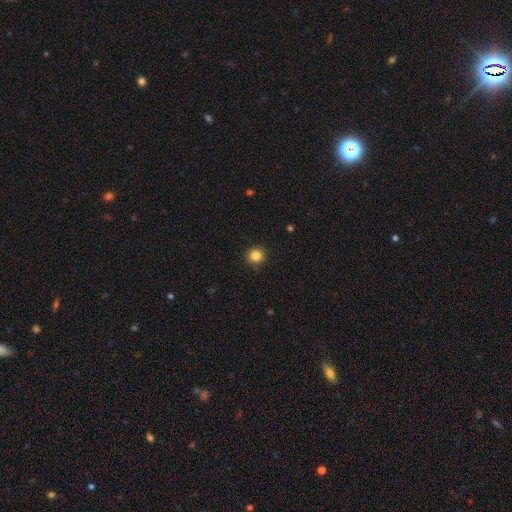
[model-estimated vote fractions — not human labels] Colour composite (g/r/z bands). It shows a smooth galaxy with no disk features (85%) that is round (93%). Merging: none (91%).